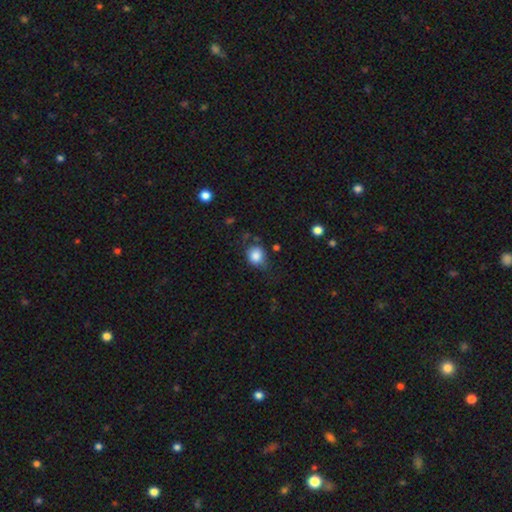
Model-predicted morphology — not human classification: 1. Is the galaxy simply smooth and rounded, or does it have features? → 84% smooth, 9% star or artifact, 7% featured or disk.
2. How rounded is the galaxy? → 68% round, 31% in between, 1% cigar-shaped.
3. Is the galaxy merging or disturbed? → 61% none, 27% minor disturbance, 9% major disturbance, 3% merger.